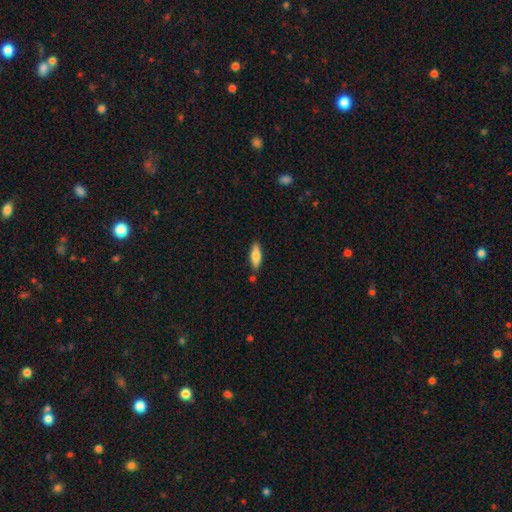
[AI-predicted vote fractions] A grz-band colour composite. It shows a smooth galaxy with no disk features (69%) that is cigar-shaped (49%, tied with in between). Merging: none (78%).